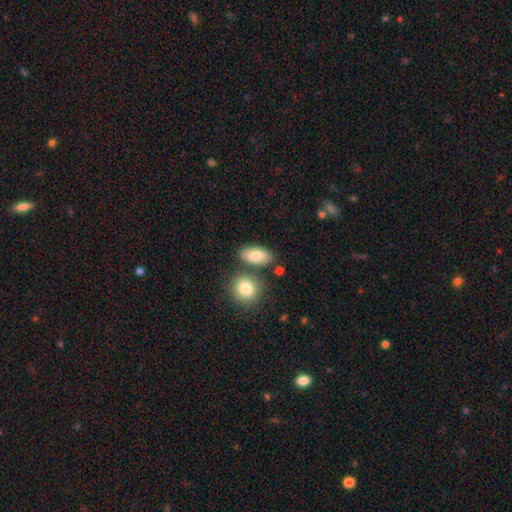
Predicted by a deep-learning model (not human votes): smooth 83%, featured or disk 10%, star or artifact 7%. Down the decision tree: how rounded — in between (87%); merging — none (73%).